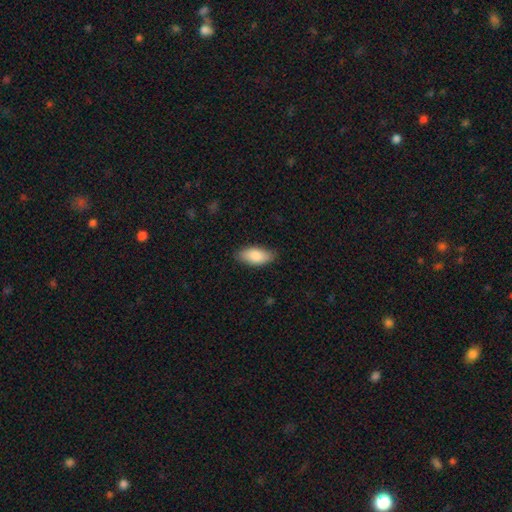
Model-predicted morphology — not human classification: smooth_or_featured: smooth (p=0.86) [alt: featured or disk p=0.08]
how_rounded: in between (p=0.90) [alt: cigar-shaped p=0.07]
merging: none (p=0.83) [alt: minor disturbance p=0.13]